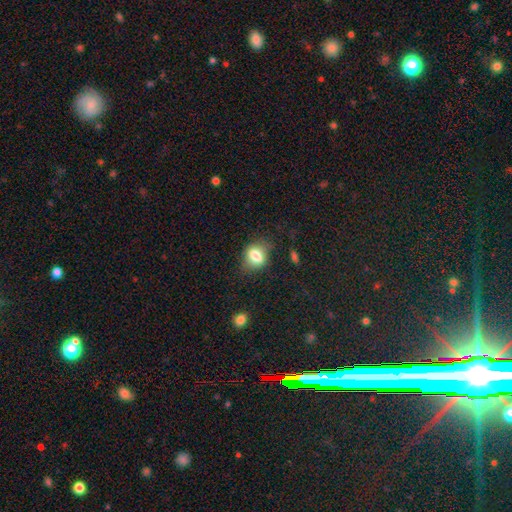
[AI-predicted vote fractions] Smooth or featured? Predicted: smooth (p=0.75). How rounded? Predicted: in between (p=0.66). Merging? Predicted: none (p=0.68).